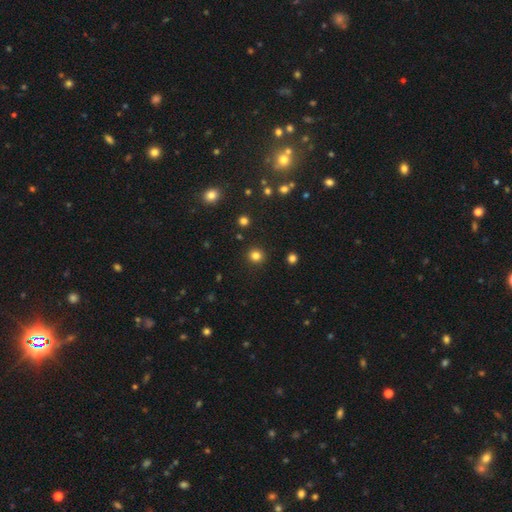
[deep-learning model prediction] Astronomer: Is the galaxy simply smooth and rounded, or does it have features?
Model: smooth — 82%.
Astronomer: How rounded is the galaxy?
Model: round — 94%.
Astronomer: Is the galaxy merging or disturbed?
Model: none — 92%.